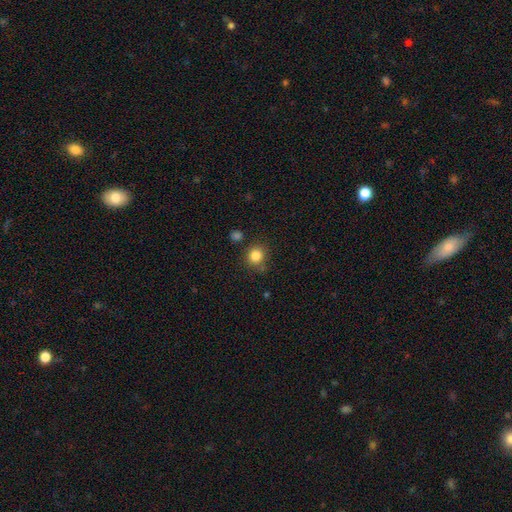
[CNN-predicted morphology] Overall: smooth (84%). How rounded: round (87%). Merging: none (77%).